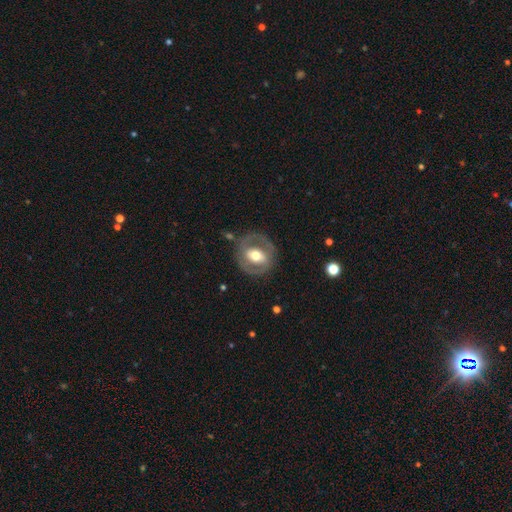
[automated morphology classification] Smooth or featured? featured or disk (65%)
Edge-on disk? no (95%)
Bar? no (35%)
Spiral arms? no (52%)
Bulge size? moderate (67%)
Merging? none (76%)